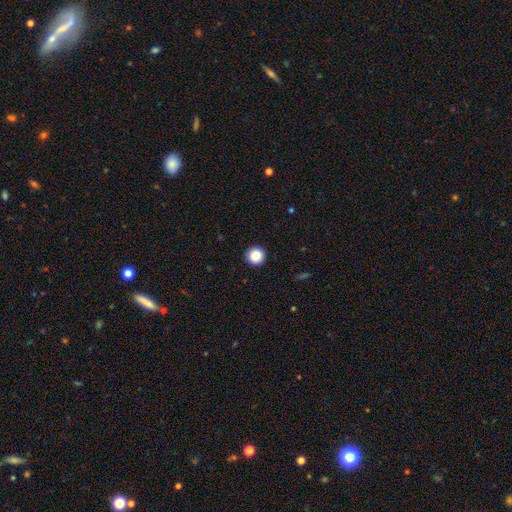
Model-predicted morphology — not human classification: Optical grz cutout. It shows a smooth galaxy with no disk features (88%) that is round (96%). Merging: none (92%).